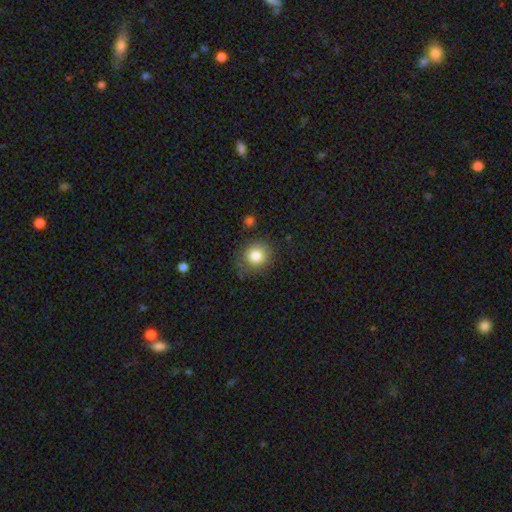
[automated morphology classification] This is clearly a smooth galaxy (82%). How rounded: clearly round (86%). Merging: likely none (76%).